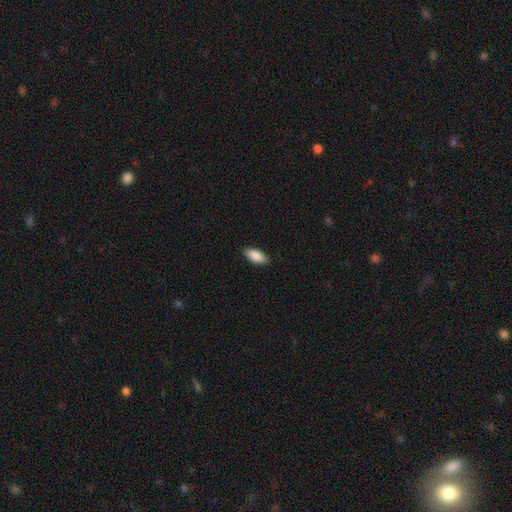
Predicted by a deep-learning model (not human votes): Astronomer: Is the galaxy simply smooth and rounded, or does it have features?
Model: smooth — 88%.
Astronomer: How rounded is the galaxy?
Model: in between — 90%.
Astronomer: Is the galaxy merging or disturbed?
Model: none — 88%.